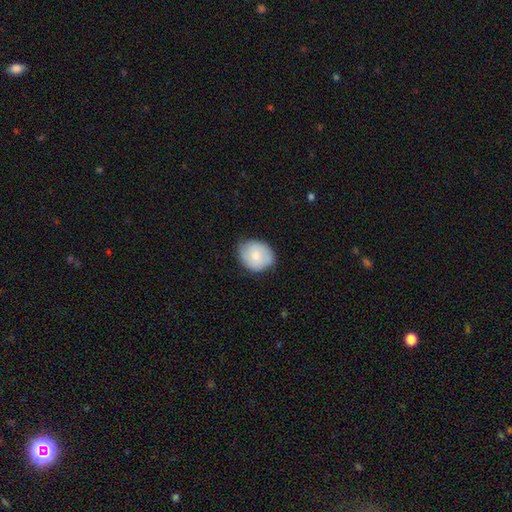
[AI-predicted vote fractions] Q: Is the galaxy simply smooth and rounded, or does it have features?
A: smooth — 74%.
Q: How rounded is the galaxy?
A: round — 59%.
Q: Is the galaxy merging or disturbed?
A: none — 72%.